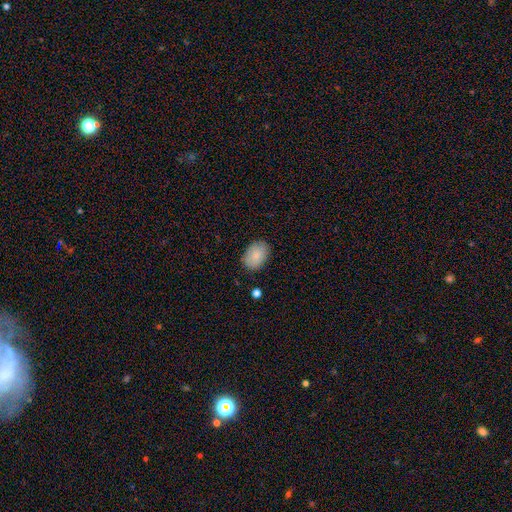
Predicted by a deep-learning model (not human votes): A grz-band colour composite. It shows a smooth galaxy with no disk features (82%) that is in between round and cigar-shaped (82%). Merging: none (84%).